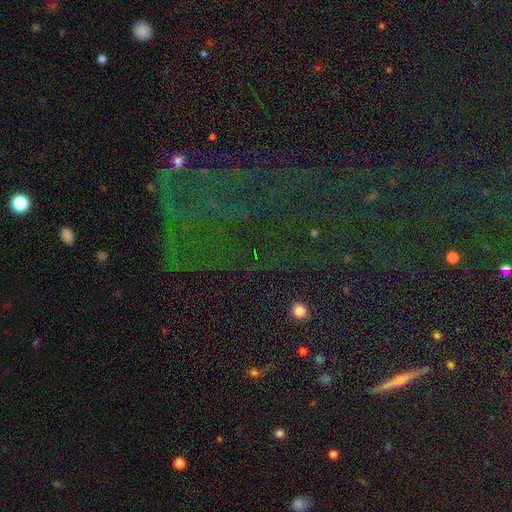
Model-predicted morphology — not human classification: smooth_or_featured: star or artifact (p=0.59) [alt: smooth p=0.32]